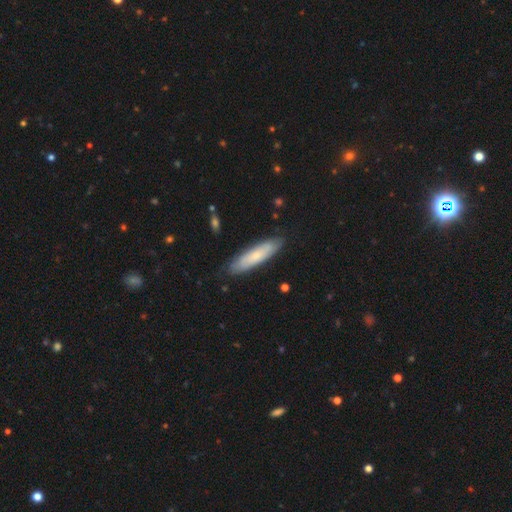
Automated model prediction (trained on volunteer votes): Smooth or featured? Predicted: smooth (p=0.65). How rounded? Predicted: cigar-shaped (p=0.73). Merging? Predicted: none (p=0.85).